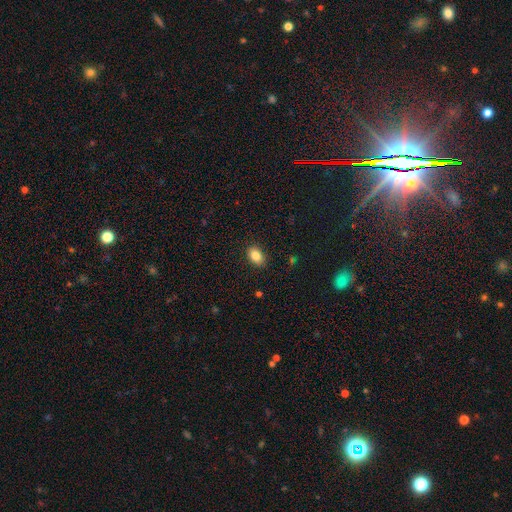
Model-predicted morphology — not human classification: Smooth or featured?
  - smooth: 85% *
  - star or artifact: 9%
  - featured or disk: 6%
How rounded?
  - in between: 86% *
  - round: 12%
  - cigar-shaped: 1%
Merging?
  - none: 87% *
  - minor disturbance: 9%
  - major disturbance: 2%
  - merger: 1%